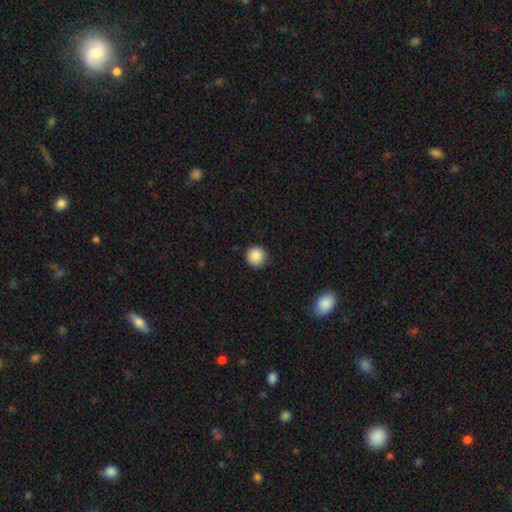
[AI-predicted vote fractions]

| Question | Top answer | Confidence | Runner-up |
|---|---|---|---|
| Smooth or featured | smooth | 88% | star or artifact (9%) |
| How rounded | round | 96% | in between (3%) |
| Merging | none | 91% | minor disturbance (6%) |